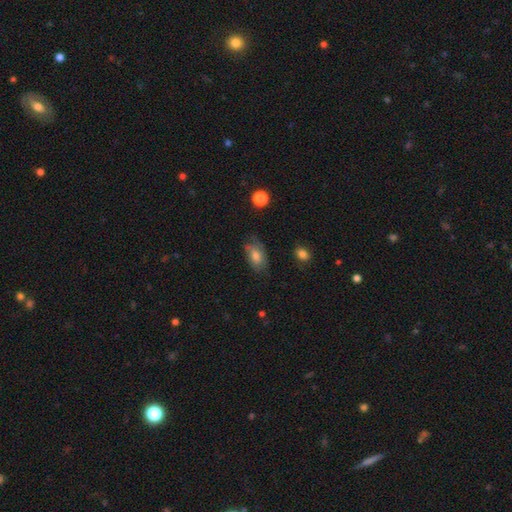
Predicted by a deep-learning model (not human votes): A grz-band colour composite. It shows a smooth galaxy with no disk features (69%) that is in between round and cigar-shaped (89%). Merging: none (63%).